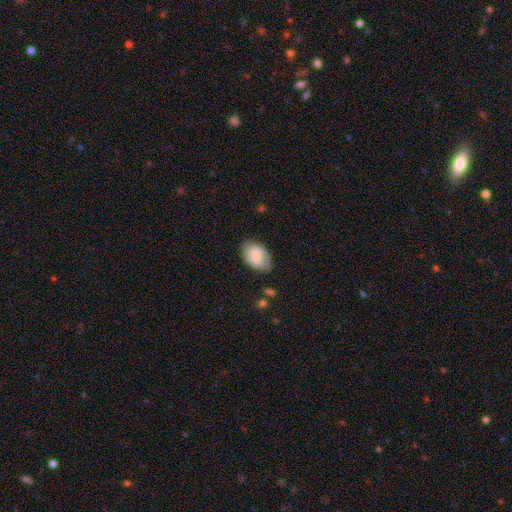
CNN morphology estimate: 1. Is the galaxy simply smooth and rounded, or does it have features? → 55% smooth, 38% featured or disk, 7% star or artifact.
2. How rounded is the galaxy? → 86% in between, 12% round, 1% cigar-shaped.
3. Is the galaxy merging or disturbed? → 67% none, 24% minor disturbance, 7% major disturbance, 2% merger.